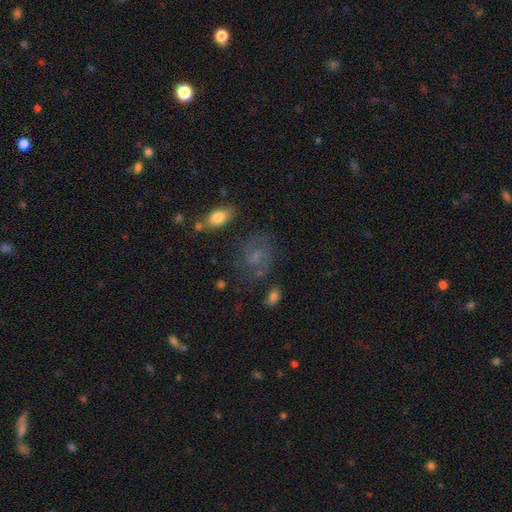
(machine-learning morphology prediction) A featured or disk galaxy (52%) with no bar (56%), spiral arms (78%) and a small central bulge (42%).

Vote fractions:
- Smooth or featured? featured or disk: 52% / smooth: 29% / star or artifact: 19%
- Edge-on disk? no: 96% / yes: 4%
- Bar? no: 56% / weak: 37% / strong: 7%
- Spiral arms? yes: 78% / no: 22%
- Bulge size? small: 42% / none: 29% / moderate: 23% / large: 4% / dominant: 2%
- Merging? none: 61% / minor disturbance: 19% / major disturbance: 14% / merger: 5%